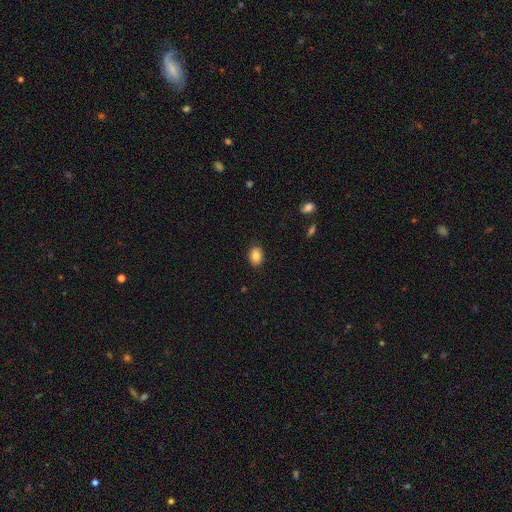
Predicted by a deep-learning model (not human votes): smooth-or-featured: smooth: 85% | star or artifact: 8% | featured or disk: 7%
  how-rounded: in between: 74% | round: 25% | cigar-shaped: 1%
  merging: none: 89% | minor disturbance: 8% | major disturbance: 2% | merger: 1%